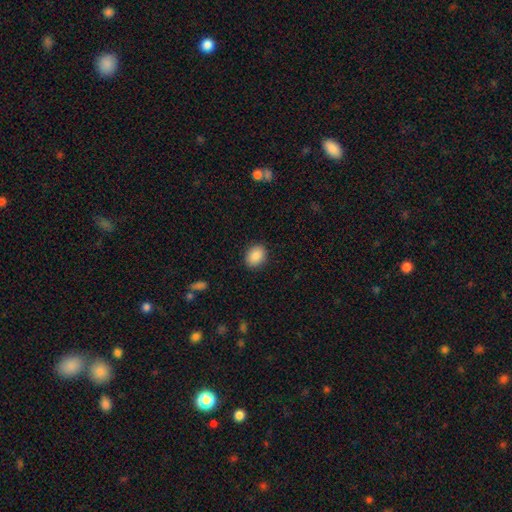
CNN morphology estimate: A smooth galaxy with no disk features (89%) that is in between round and cigar-shaped (59%).

Vote fractions:
- Smooth or featured? smooth: 89% / star or artifact: 8% / featured or disk: 4%
- How rounded? in between: 59% / round: 40% / cigar-shaped: 1%
- Merging? none: 88% / minor disturbance: 8% / major disturbance: 2% / merger: 1%